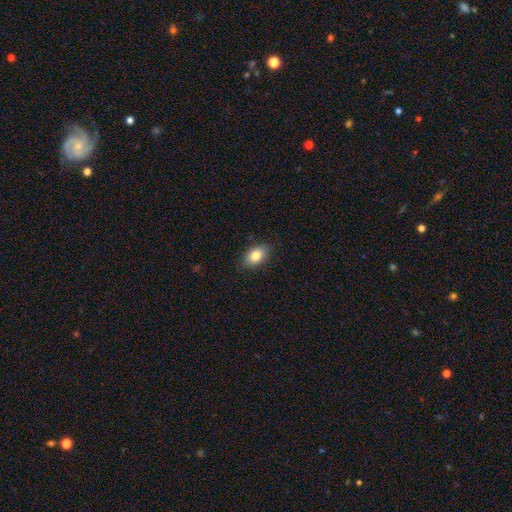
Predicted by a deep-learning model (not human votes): A smooth galaxy with no disk features (82%) that is in between round and cigar-shaped (88%).

Vote fractions:
- Smooth or featured? smooth: 82% / featured or disk: 10% / star or artifact: 8%
- How rounded? in between: 88% / round: 10% / cigar-shaped: 2%
- Merging? none: 86% / minor disturbance: 11% / major disturbance: 2% / merger: 1%